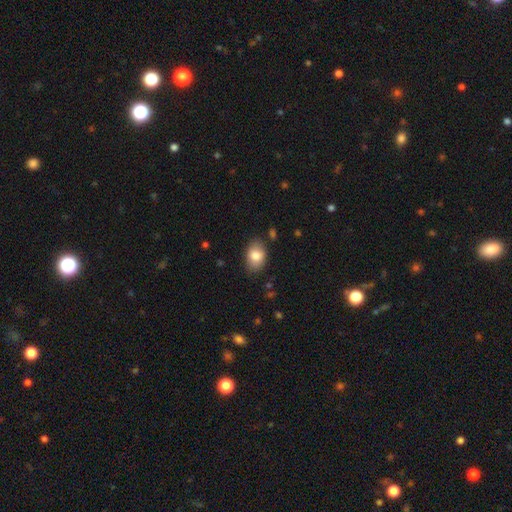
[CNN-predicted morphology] smooth_or_featured: smooth (p=0.81) [alt: featured or disk p=0.11]
how_rounded: in between (p=0.84) [alt: round p=0.15]
merging: none (p=0.83) [alt: minor disturbance p=0.13]